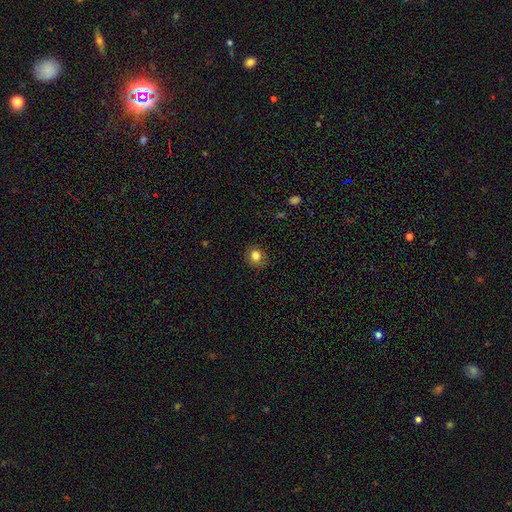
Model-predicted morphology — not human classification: Smooth or featured? Predicted: smooth (p=0.81). How rounded? Predicted: round (p=0.84). Merging? Predicted: none (p=0.89).